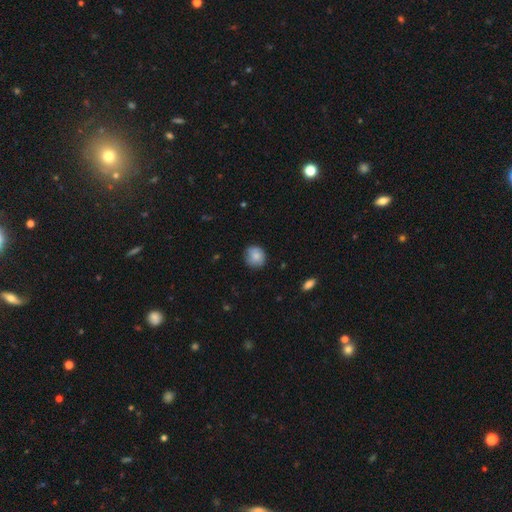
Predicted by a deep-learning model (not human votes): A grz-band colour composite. It shows a smooth galaxy with no disk features (83%) that is round (83%). Merging: none (76%).